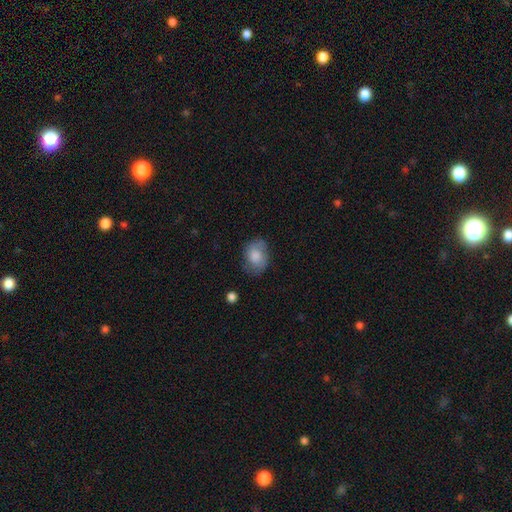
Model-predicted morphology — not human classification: Overall: smooth (71%). How rounded: in between (73%). Merging: none (64%; minor disturbance 26%).